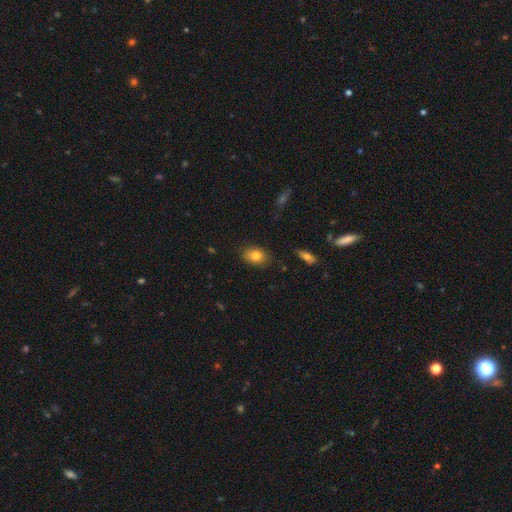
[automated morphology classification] Q: Smooth or featured?
A: smooth (82%); runner-up: featured or disk (9%)
Q: How rounded?
A: in between (78%); runner-up: round (20%)
Q: Merging?
A: none (85%); runner-up: minor disturbance (12%)